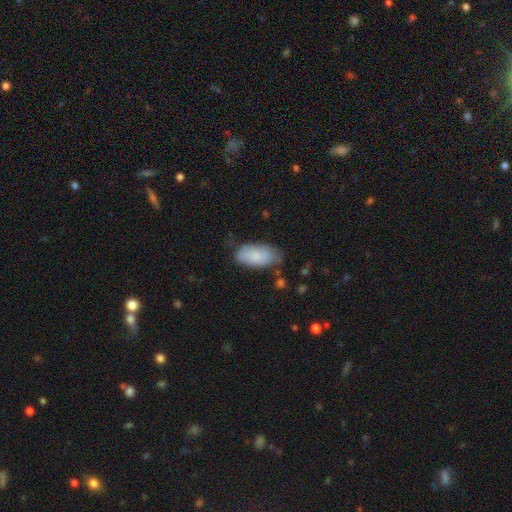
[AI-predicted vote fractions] This is clearly a smooth galaxy (82%). How rounded: clearly in between (94%). Merging: likely none (67%).